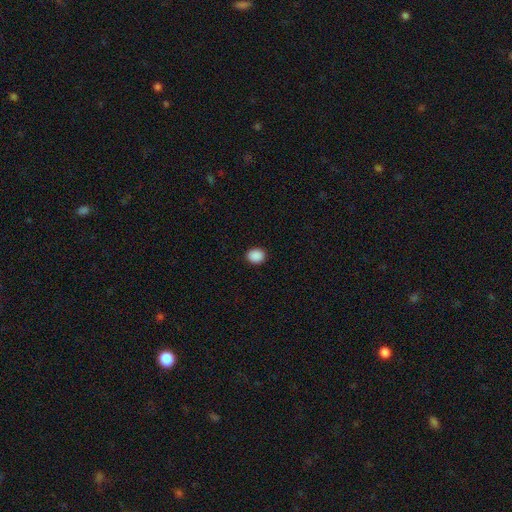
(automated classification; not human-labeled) Smooth or featured?
  - smooth: 90% *
  - star or artifact: 8%
  - featured or disk: 2%
How rounded?
  - round: 64% *
  - in between: 35%
  - cigar-shaped: 1%
Merging?
  - none: 92% *
  - minor disturbance: 6%
  - major disturbance: 2%
  - merger: 1%